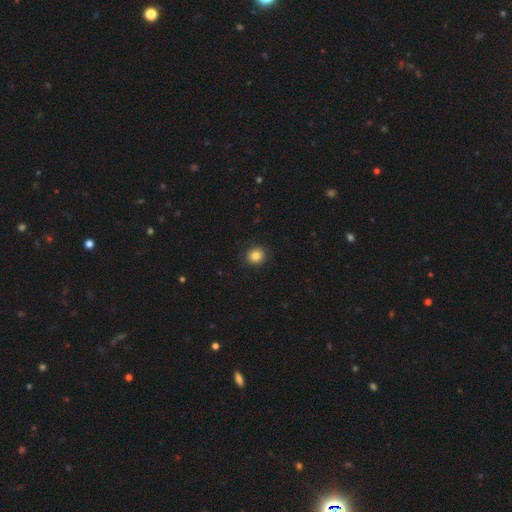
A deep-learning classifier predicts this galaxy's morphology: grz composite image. It shows a smooth galaxy with no disk features (84%) that is round (90%). Merging: none (91%).